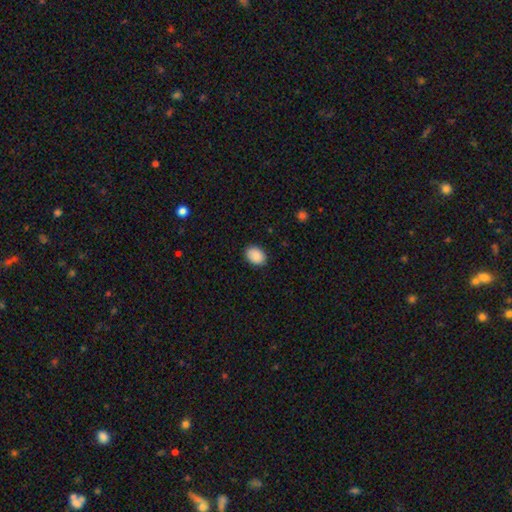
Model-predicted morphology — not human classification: Smooth or featured: smooth — 90% (star or artifact — 7%)
How rounded: in between — 75% (round — 24%)
Merging: none — 89% (minor disturbance — 8%)